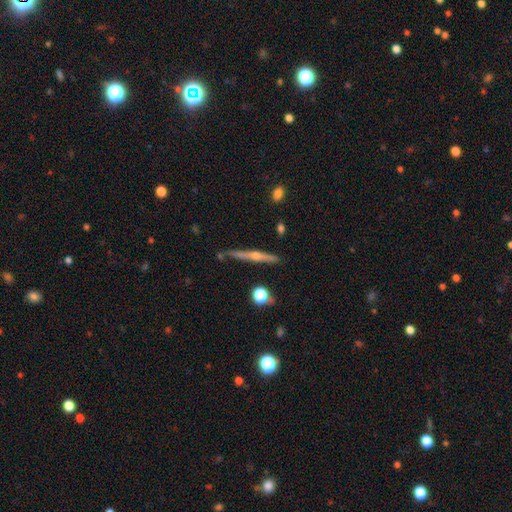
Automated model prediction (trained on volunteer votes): Smooth or featured: featured or disk — 73% (smooth — 20%)
Edge-on disk: yes — 97% (no — 3%)
Edge-on bulge: rounded — 87% (none — 10%)
Merging: none — 84% (minor disturbance — 11%)